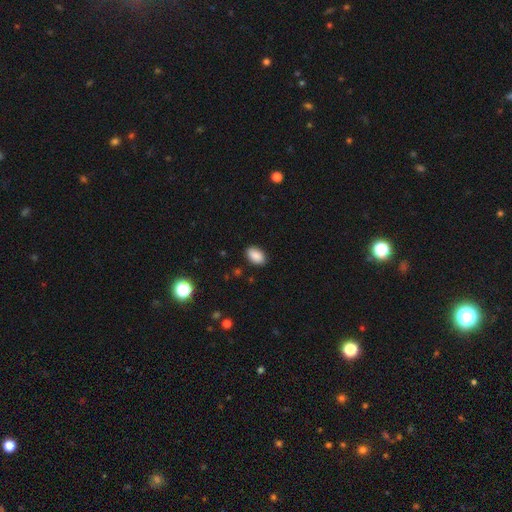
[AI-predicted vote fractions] Q: Smooth or featured?
A: smooth (88%); runner-up: star or artifact (8%)
Q: How rounded?
A: in between (91%); runner-up: round (8%)
Q: Merging?
A: none (87%); runner-up: minor disturbance (10%)